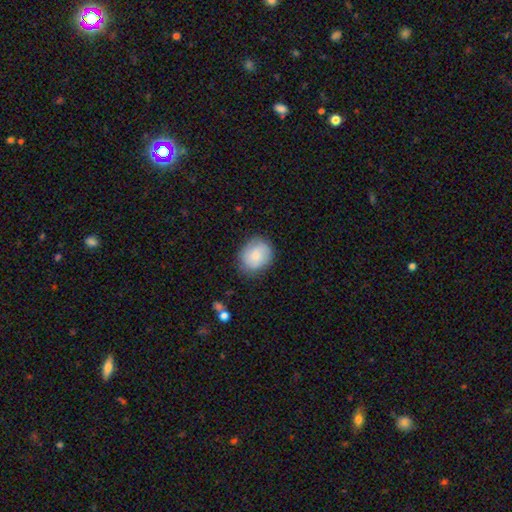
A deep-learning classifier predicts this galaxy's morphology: The model was most divided on "how rounded": round: 60%, in between: 39%, cigar-shaped: 1%. More confident: merging — none (77%); smooth or featured — smooth (71%).